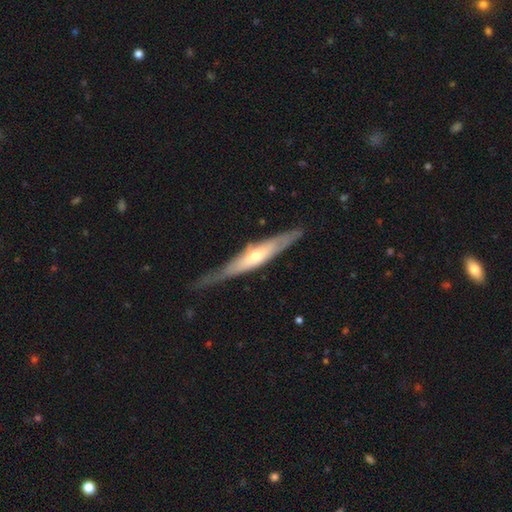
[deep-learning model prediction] Overall: featured or disk (64%; smooth 31%). Edge-on disk: yes (80%). Edge-on bulge: rounded (78%). Merging: none (69%).